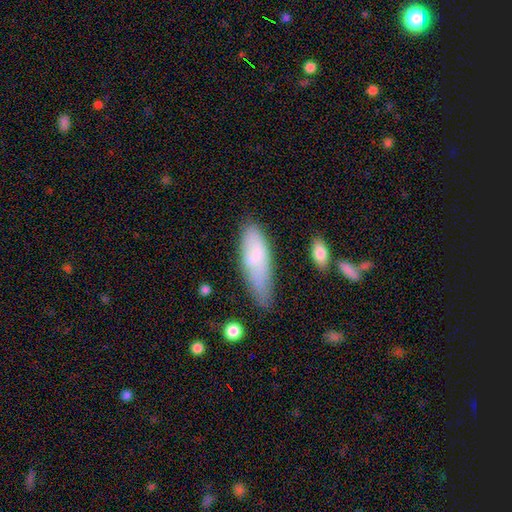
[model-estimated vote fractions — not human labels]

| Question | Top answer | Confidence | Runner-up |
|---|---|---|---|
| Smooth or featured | smooth | 75% | featured or disk (18%) |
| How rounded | in between | 54% | cigar-shaped (44%) |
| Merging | none | 49% | minor disturbance (34%) |